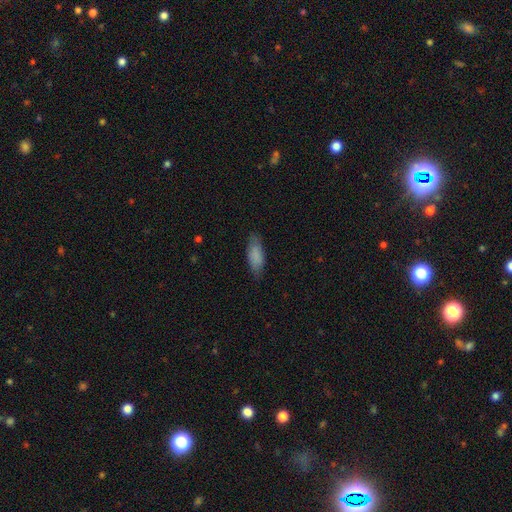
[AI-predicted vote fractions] Smooth or featured?
  - smooth: 84% *
  - featured or disk: 10%
  - star or artifact: 6%
How rounded?
  - in between: 72% *
  - cigar-shaped: 27%
  - round: 2%
Merging?
  - none: 79% *
  - minor disturbance: 16%
  - major disturbance: 4%
  - merger: 1%